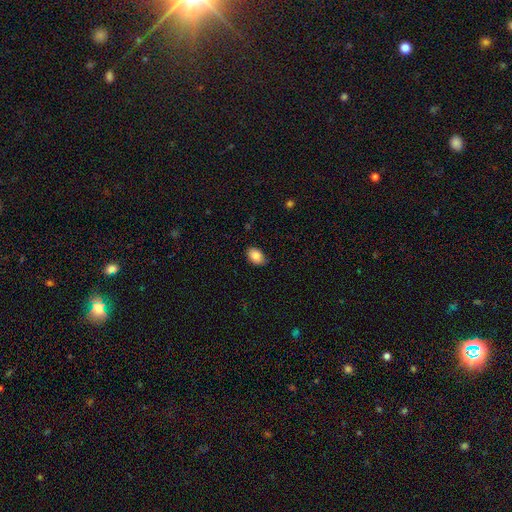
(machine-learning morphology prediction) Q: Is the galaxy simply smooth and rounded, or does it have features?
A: smooth — 85%.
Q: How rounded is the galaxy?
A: in between — 83%.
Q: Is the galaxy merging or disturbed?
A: none — 82%.